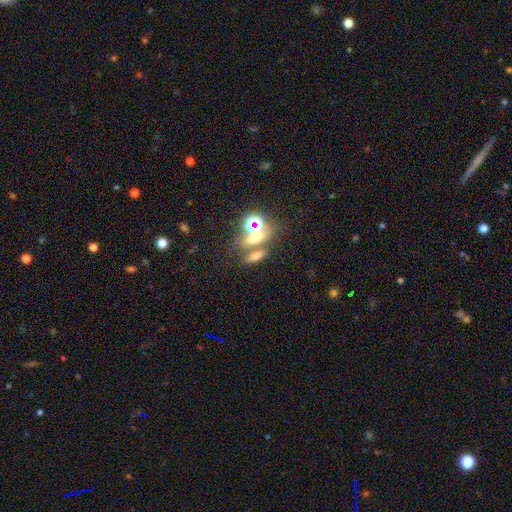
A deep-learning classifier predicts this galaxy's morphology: smooth 55%, star or artifact 31%, featured or disk 14%. Down the decision tree: how rounded — in between (54%); merging — none (55%).